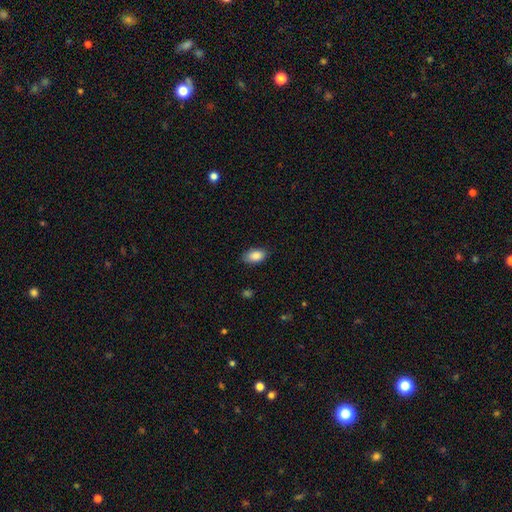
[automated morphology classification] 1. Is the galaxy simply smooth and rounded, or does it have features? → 88% smooth, 7% star or artifact, 5% featured or disk.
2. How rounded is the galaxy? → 92% in between, 5% round, 3% cigar-shaped.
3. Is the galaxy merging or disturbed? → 83% none, 13% minor disturbance, 3% major disturbance, 1% merger.